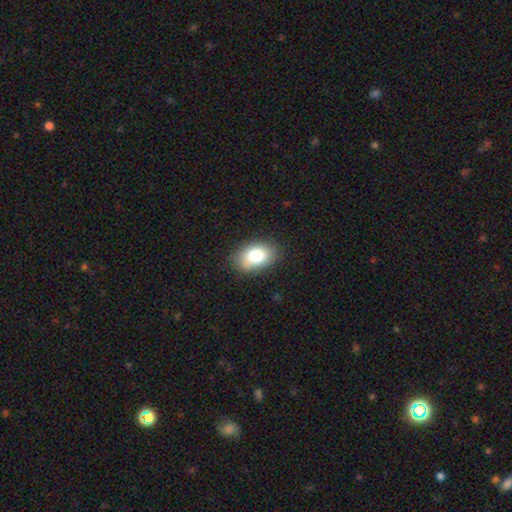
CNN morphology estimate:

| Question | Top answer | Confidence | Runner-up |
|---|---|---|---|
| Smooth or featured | smooth | 81% | featured or disk (10%) |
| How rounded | in between | 85% | round (13%) |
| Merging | none | 81% | minor disturbance (15%) |